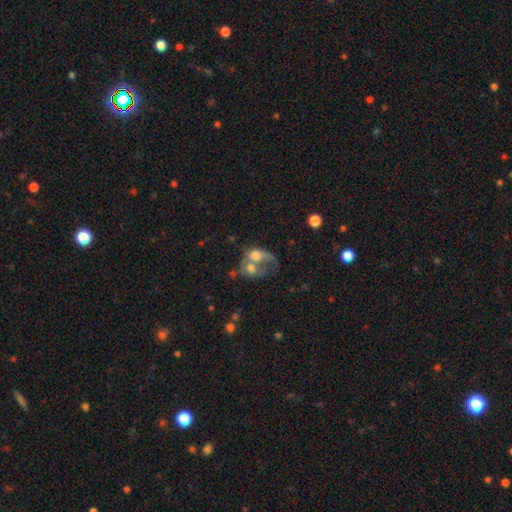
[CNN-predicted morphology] The model was most divided on "smooth or featured": smooth: 49%, featured or disk: 42%, star or artifact: 10%. More confident: merging — merger (71%).